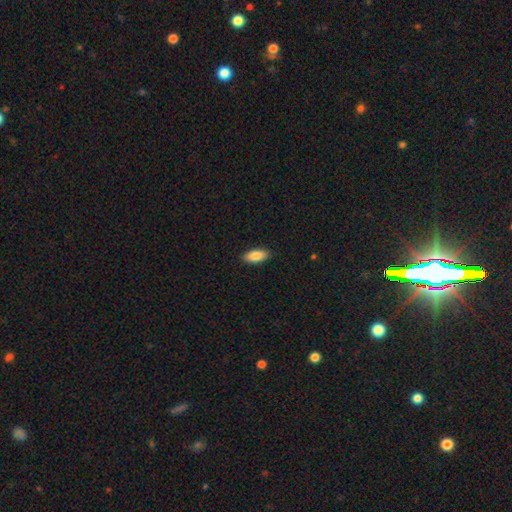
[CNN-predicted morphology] This appears to be a smooth galaxy with no disk features (86%) that is in between round and cigar-shaped (88%). Merging: none (90%).